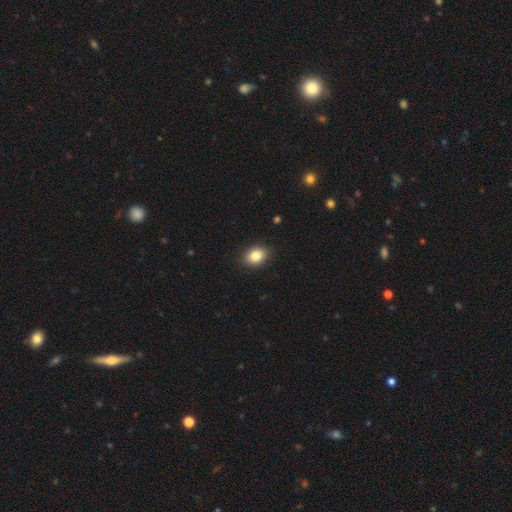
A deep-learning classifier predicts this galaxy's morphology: smooth 85%, star or artifact 9%, featured or disk 6%. Down the decision tree: how rounded — in between (55%); merging — none (89%).